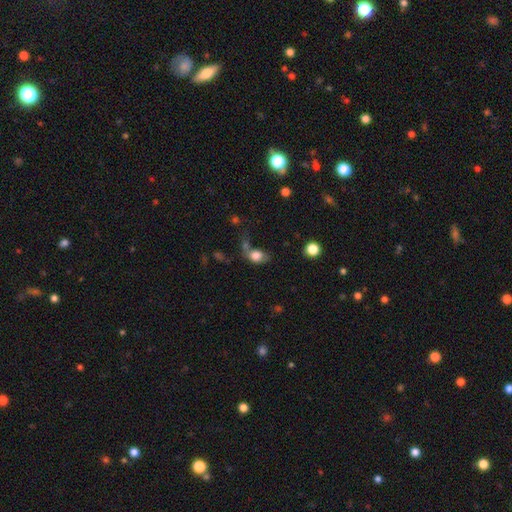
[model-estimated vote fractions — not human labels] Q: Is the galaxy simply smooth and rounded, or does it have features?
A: smooth — 79%.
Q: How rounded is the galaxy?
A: in between — 72%.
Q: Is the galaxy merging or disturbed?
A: none — 30%.